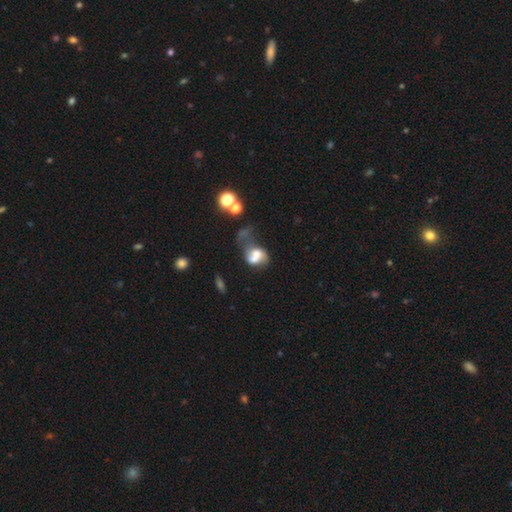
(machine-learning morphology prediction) Smooth or featured? Predicted: smooth (p=0.51). How rounded? Predicted: in between (p=0.55). Merging? Predicted: merger (p=0.56).